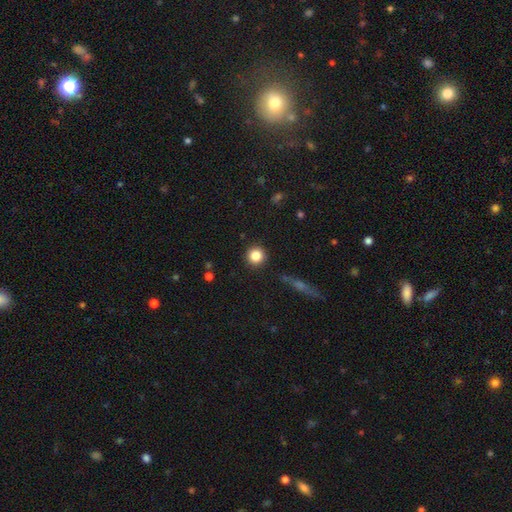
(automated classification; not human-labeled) Smooth or featured? smooth (84%)
How rounded? round (95%)
Merging? none (91%)